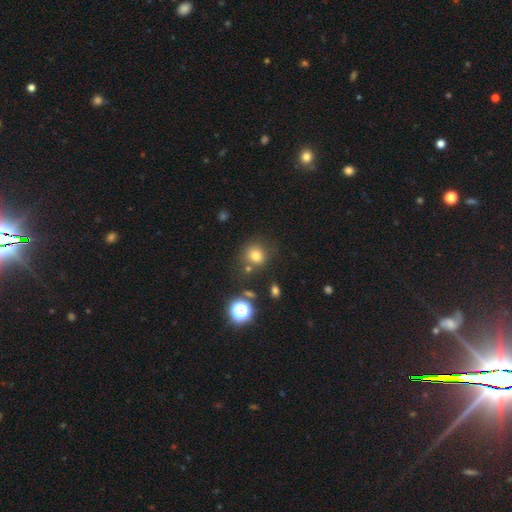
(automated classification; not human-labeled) This appears to be a smooth galaxy with no disk features (74%) that is round (84%). Merging: none (74%).